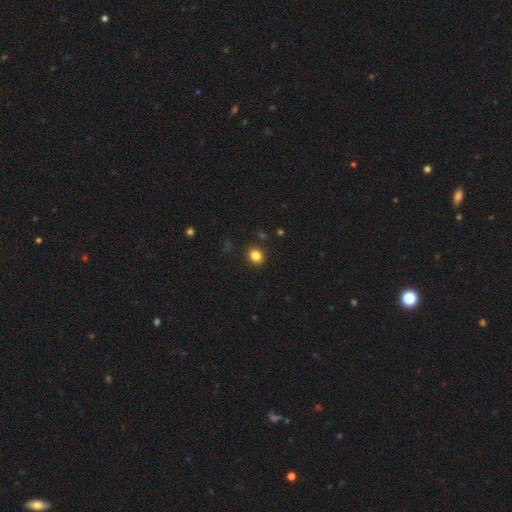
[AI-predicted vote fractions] Smooth or featured: smooth — 84% (star or artifact — 11%)
How rounded: round — 62% (in between — 37%)
Merging: none — 90% (minor disturbance — 7%)